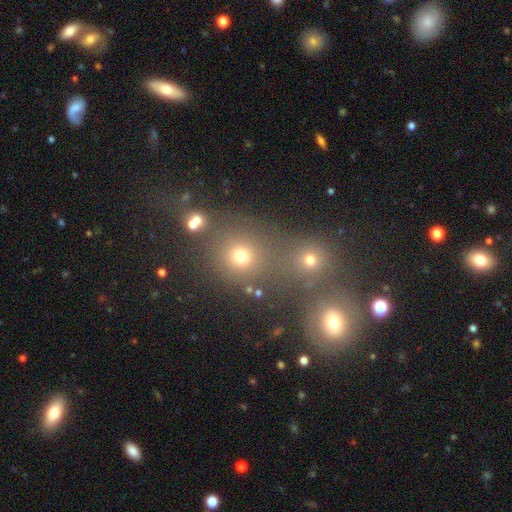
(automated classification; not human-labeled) Overall: smooth (45%; star or artifact 44%). Merging: none (58%; merger 29%).